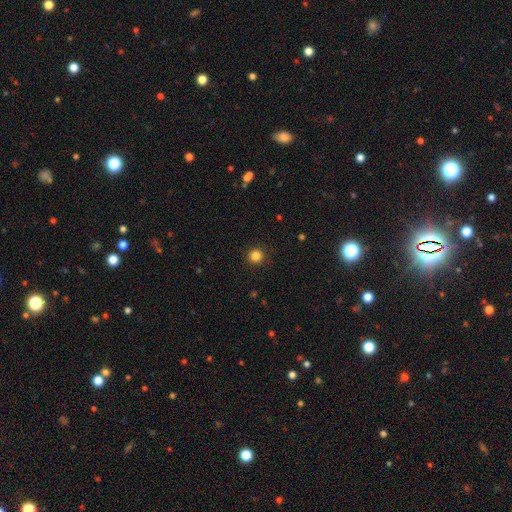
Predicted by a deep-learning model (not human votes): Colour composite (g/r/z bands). It shows a smooth galaxy with no disk features (84%) that is round (95%). Merging: none (92%).